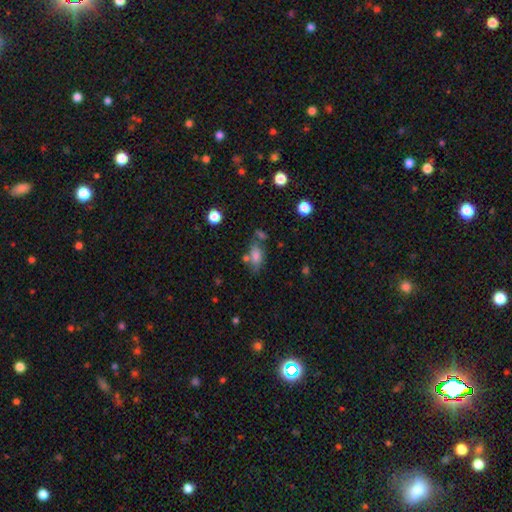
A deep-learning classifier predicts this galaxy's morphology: A smooth galaxy with no disk features (73%) that is in between round and cigar-shaped (84%). Merging: none (52%).